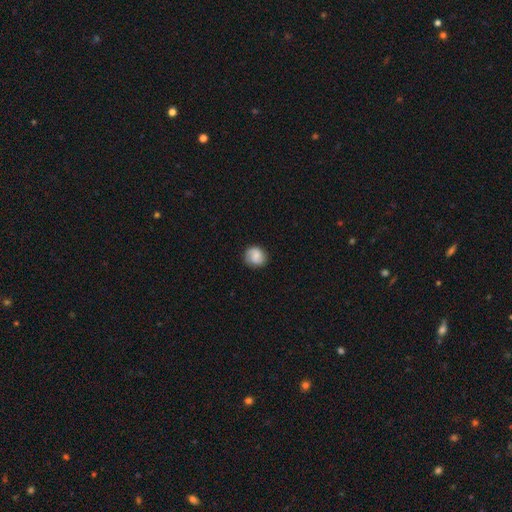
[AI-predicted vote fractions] smooth-or-featured: smooth: 63% | featured or disk: 28% | star or artifact: 8%
  how-rounded: round: 82% | in between: 17% | cigar-shaped: 1%
  merging: none: 81% | minor disturbance: 14% | major disturbance: 4% | merger: 1%